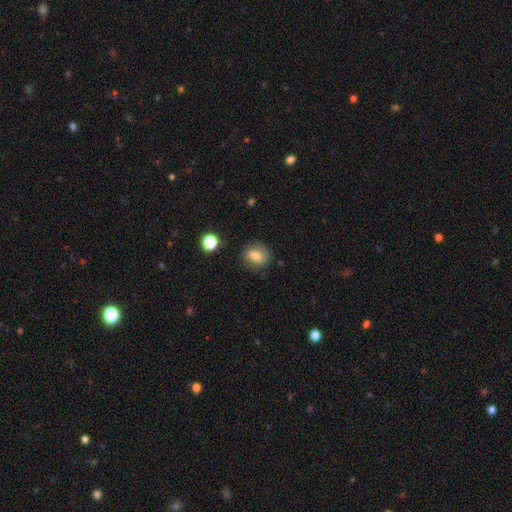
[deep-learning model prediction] smooth 74%, featured or disk 15%, star or artifact 11%. Down the decision tree: how rounded — round (56%); merging — none (78%).